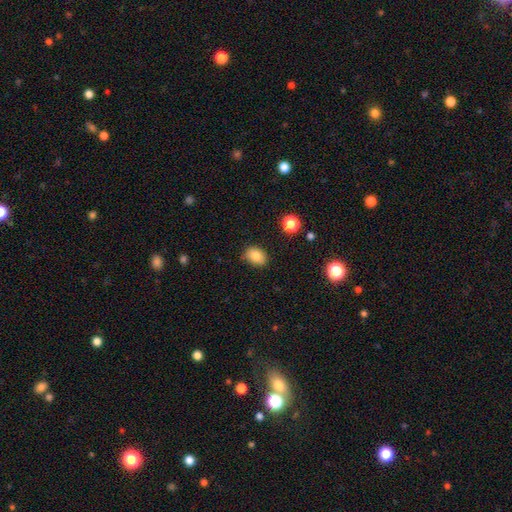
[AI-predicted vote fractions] Smooth or featured? Predicted: smooth (p=0.82). How rounded? Predicted: in between (p=0.69). Merging? Predicted: none (p=0.81).